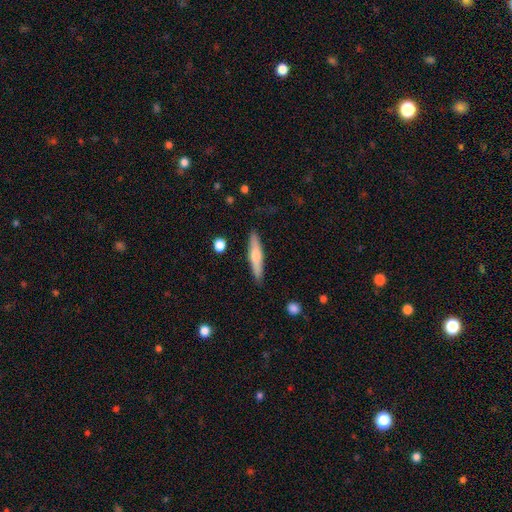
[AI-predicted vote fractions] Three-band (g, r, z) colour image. It shows a smooth galaxy with no disk features (54%) that is cigar-shaped (85%). Merging: none (88%).